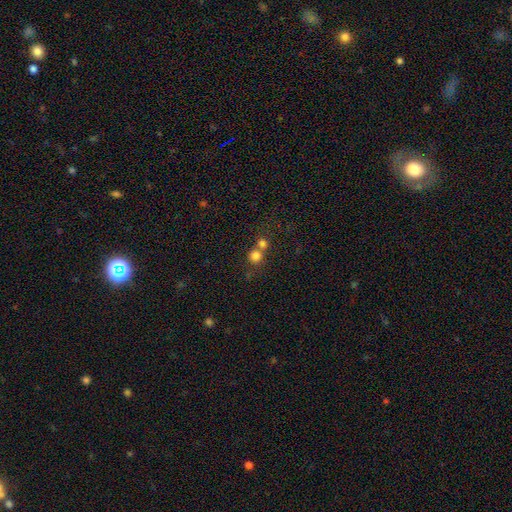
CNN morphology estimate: Smooth or featured? smooth (79%)
How rounded? round (90%)
Merging? none (50%)